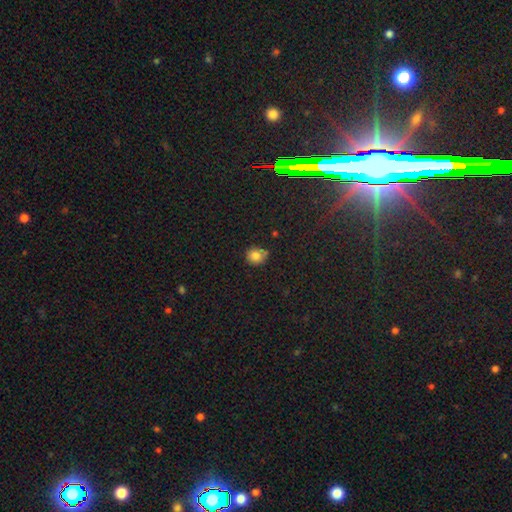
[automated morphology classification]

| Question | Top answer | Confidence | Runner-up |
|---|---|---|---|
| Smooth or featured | smooth | 81% | star or artifact (11%) |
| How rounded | round | 78% | in between (21%) |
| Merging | none | 68% | minor disturbance (23%) |